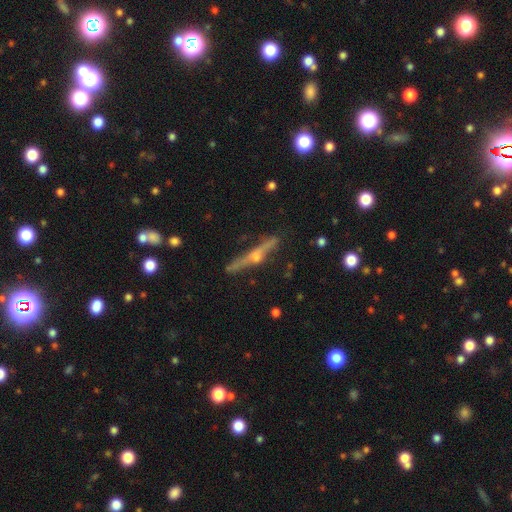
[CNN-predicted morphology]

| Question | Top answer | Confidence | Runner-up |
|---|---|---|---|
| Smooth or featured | featured or disk | 79% | smooth (14%) |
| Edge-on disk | yes | 97% | no (3%) |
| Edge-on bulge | rounded | 92% | none (5%) |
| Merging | none | 85% | minor disturbance (11%) |